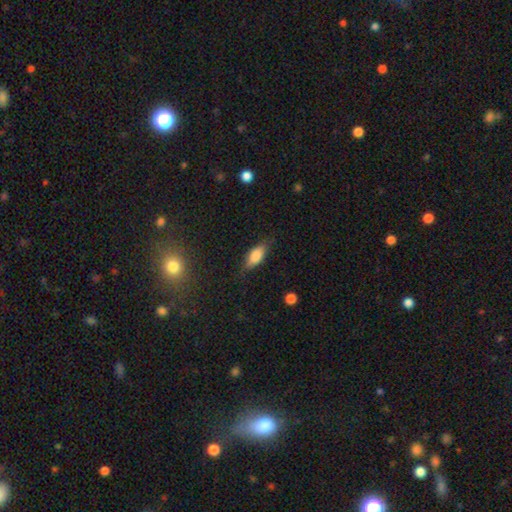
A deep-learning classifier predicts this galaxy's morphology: Smooth or featured: smooth — 74% (featured or disk — 19%)
How rounded: in between — 77% (cigar-shaped — 20%)
Merging: none — 73% (minor disturbance — 20%)